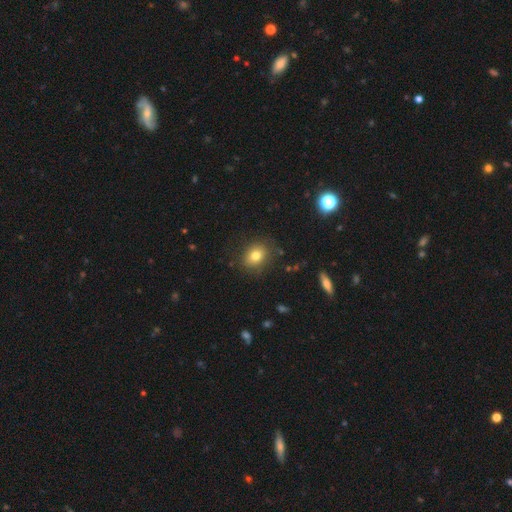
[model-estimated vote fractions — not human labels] This is likely a smooth galaxy (79%). How rounded: possibly in between (51%). Merging: clearly none (83%).